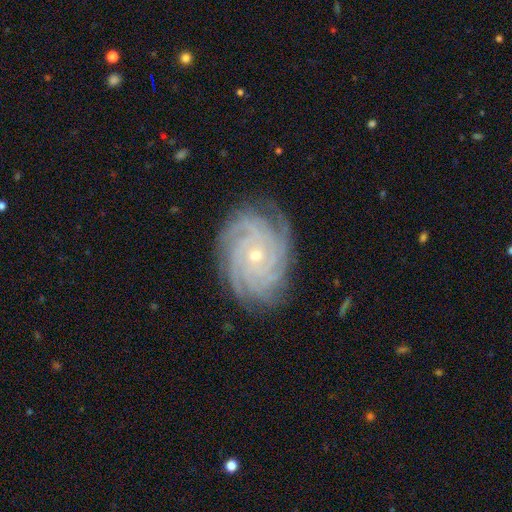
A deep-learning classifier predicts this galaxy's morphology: This is clearly a featured or disk galaxy (90%). It is clearly not viewed edge-on (97%). Bar: likely no (77%). Spiral arm pattern: clearly yes (98%). Spiral arm count: marginally more than 4 (35%). Spiral winding: clearly tight (83%). Central bulge: likely small (71%). Merging: clearly none (84%).